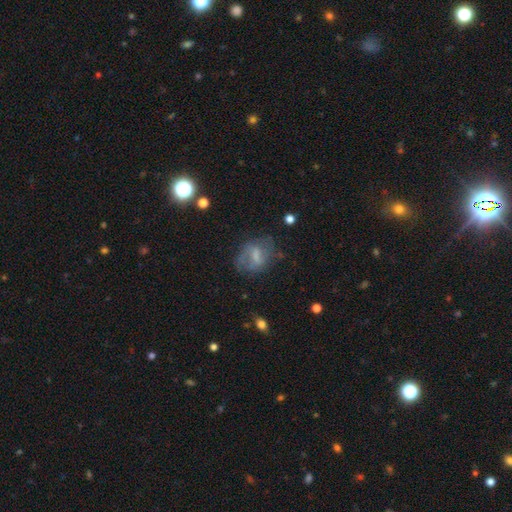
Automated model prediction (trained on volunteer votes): This is possibly a featured or disk galaxy (48%). Merging: possibly none (54%).